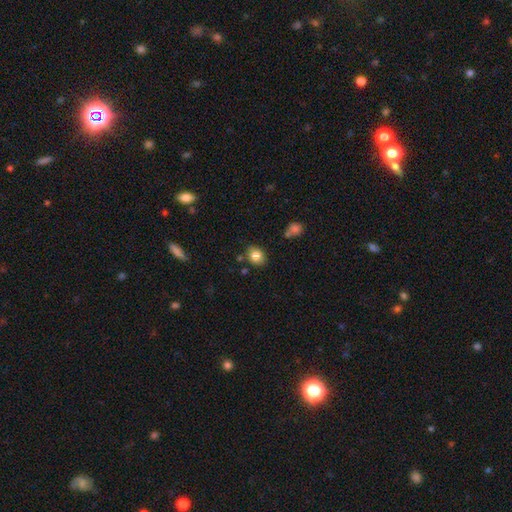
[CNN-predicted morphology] A smooth galaxy with no disk features (81%) that is round (53%).

Vote fractions:
- Smooth or featured? smooth: 81% / star or artifact: 10% / featured or disk: 9%
- How rounded? round: 53% / in between: 46% / cigar-shaped: 1%
- Merging? none: 80% / minor disturbance: 12% / merger: 5% / major disturbance: 3%